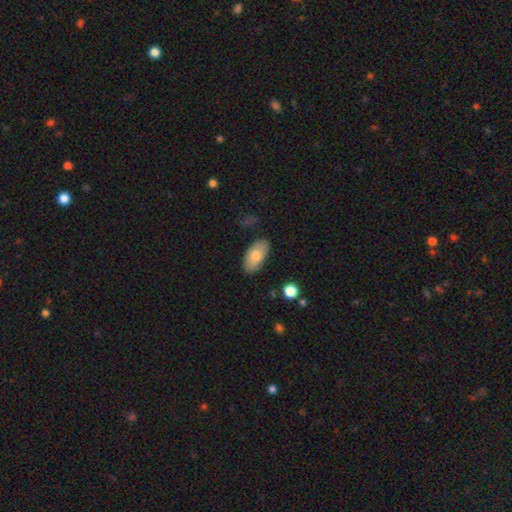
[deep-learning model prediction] A smooth galaxy with no disk features (77%) that is in between round and cigar-shaped (94%).

Vote fractions:
- Smooth or featured? smooth: 77% / featured or disk: 17% / star or artifact: 6%
- How rounded? in between: 94% / round: 3% / cigar-shaped: 3%
- Merging? none: 83% / minor disturbance: 13% / major disturbance: 3% / merger: 2%